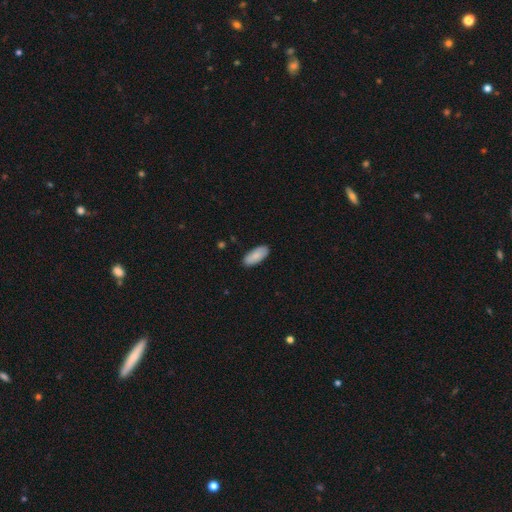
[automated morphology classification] Smooth or featured?
  - smooth: 87% *
  - featured or disk: 8%
  - star or artifact: 6%
How rounded?
  - in between: 87% *
  - cigar-shaped: 12%
  - round: 2%
Merging?
  - none: 88% *
  - minor disturbance: 9%
  - major disturbance: 2%
  - merger: 1%